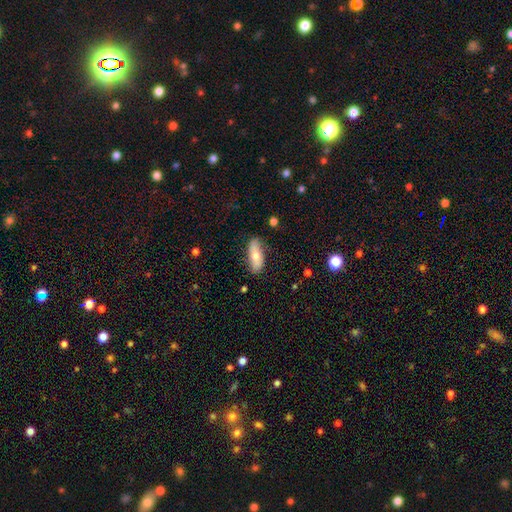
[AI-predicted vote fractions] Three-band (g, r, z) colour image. It shows a smooth galaxy with no disk features (63%) that is in between round and cigar-shaped (74%). Merging: none (82%).